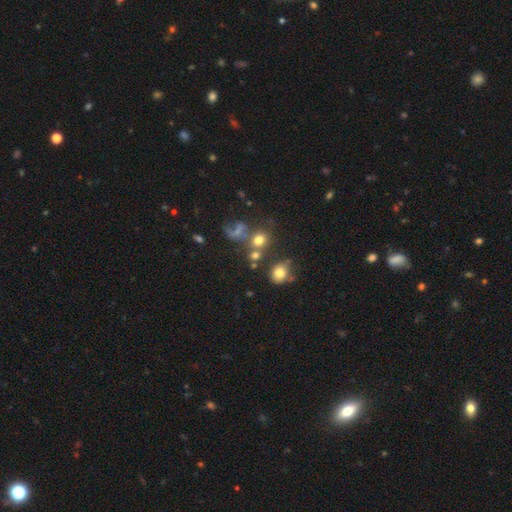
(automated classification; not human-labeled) smooth-or-featured: smooth: 57% | star or artifact: 27% | featured or disk: 16%
  how-rounded: round: 79% | in between: 20% | cigar-shaped: 1%
  merging: none: 55% | merger: 24% | minor disturbance: 12% | major disturbance: 9%